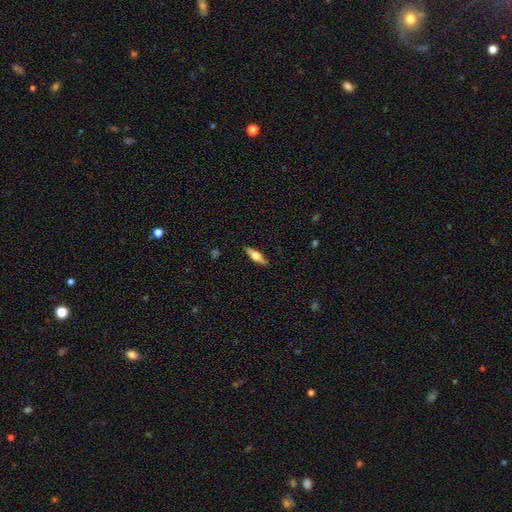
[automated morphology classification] Smooth or featured: featured or disk — 49% (smooth — 45%)
Merging: none — 89% (minor disturbance — 8%)